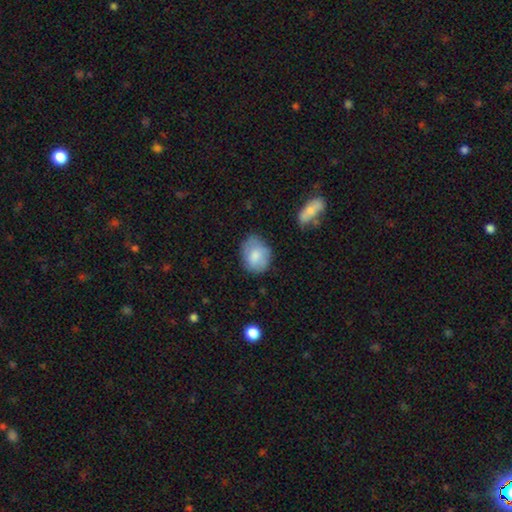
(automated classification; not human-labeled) Smooth or featured? Predicted: smooth (p=0.75). How rounded? Predicted: in between (p=0.59). Merging? Predicted: none (p=0.64).